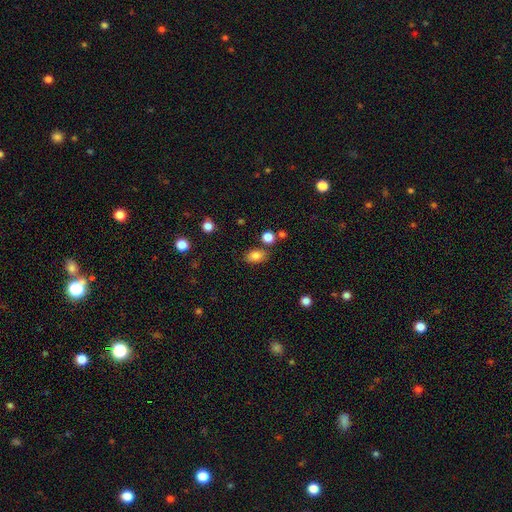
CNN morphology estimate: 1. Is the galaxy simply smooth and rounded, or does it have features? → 83% smooth, 10% star or artifact, 6% featured or disk.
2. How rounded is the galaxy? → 82% in between, 17% round, 1% cigar-shaped.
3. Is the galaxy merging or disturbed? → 78% none, 12% minor disturbance, 6% merger, 3% major disturbance.